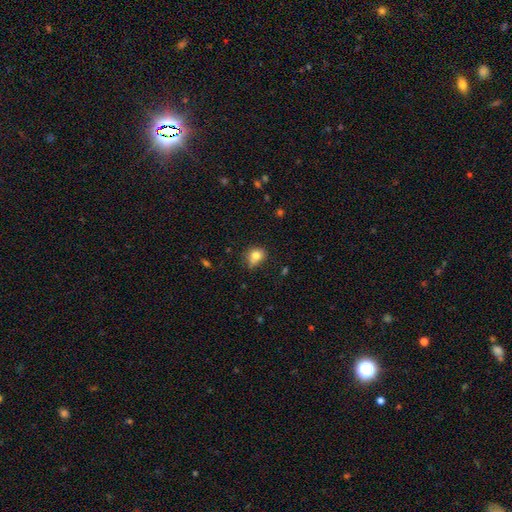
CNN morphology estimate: Smooth or featured? smooth (79%)
How rounded? round (61%)
Merging? none (55%)